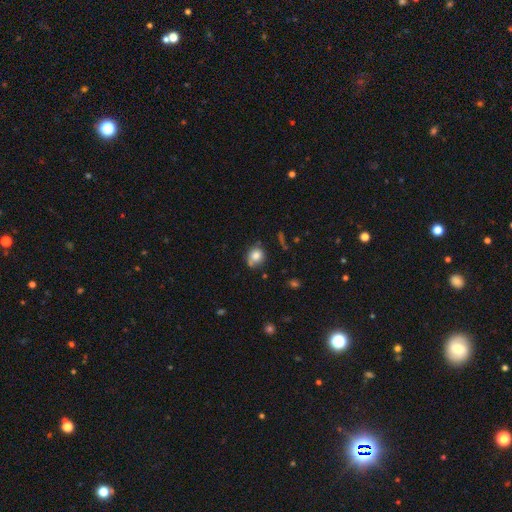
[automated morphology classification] A smooth galaxy with no disk features (79%) that is round (74%). Merging: none (62%).